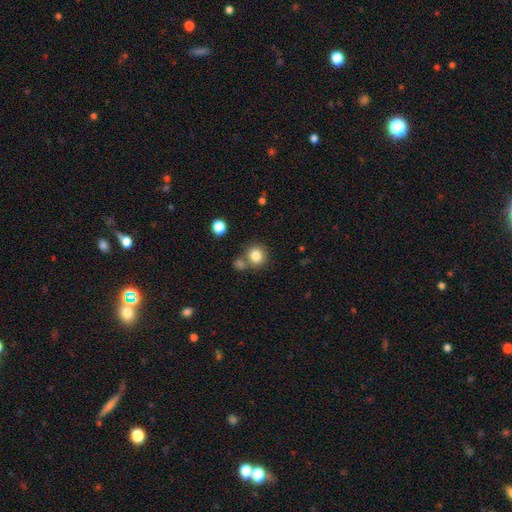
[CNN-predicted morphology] smooth 82%, star or artifact 11%, featured or disk 7%. Down the decision tree: how rounded — round (85%); merging — none (68%).